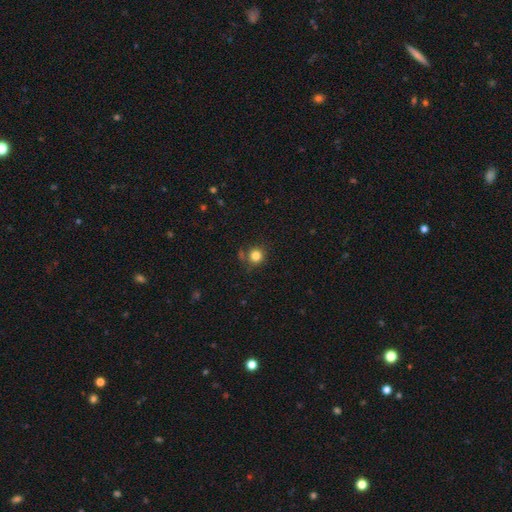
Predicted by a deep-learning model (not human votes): This is clearly a smooth galaxy (82%). How rounded: clearly round (92%). Merging: likely none (77%).